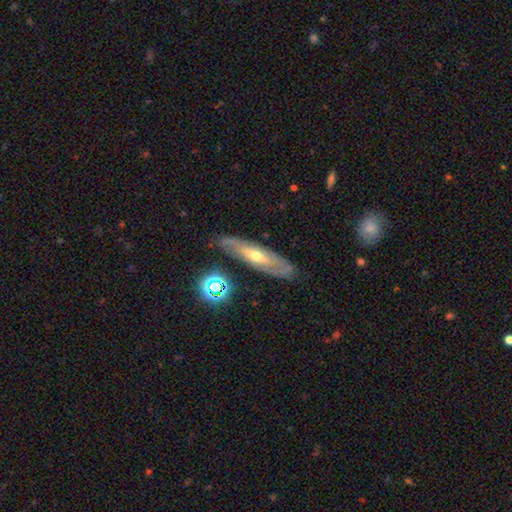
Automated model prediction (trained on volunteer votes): featured or disk 67%, smooth 24%, star or artifact 9%. Down the decision tree: edge-on disk — no (60%); merging — none (80%).